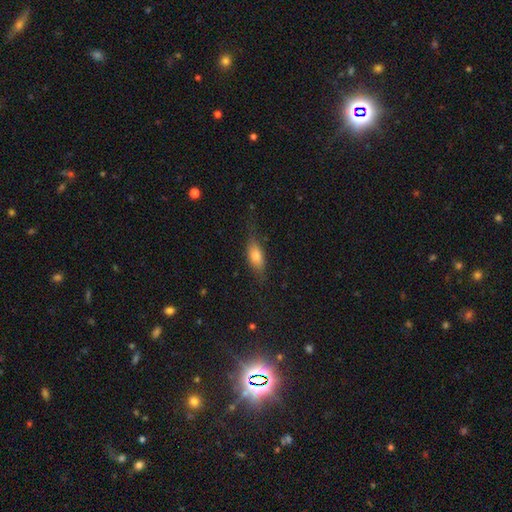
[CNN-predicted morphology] The model was most divided on "how rounded": in between: 70%, cigar-shaped: 26%, round: 4%. More confident: smooth or featured — smooth (69%); merging — none (68%).